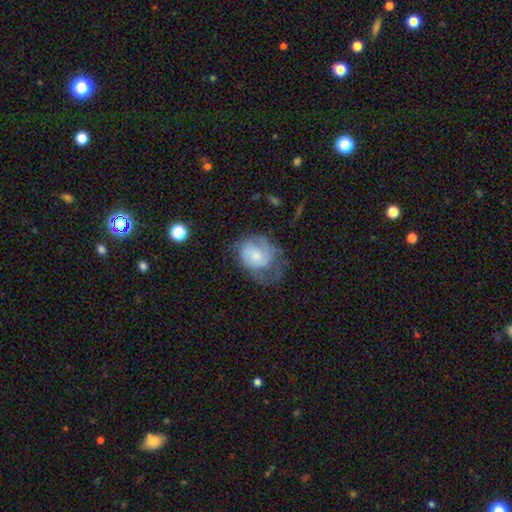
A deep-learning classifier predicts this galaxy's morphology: smooth-or-featured: featured or disk: 50% | smooth: 42% | star or artifact: 8%
  disk-edge-on: no: 97% | yes: 3%
  merging: major disturbance: 35% | none: 34% | minor disturbance: 29% | merger: 2%